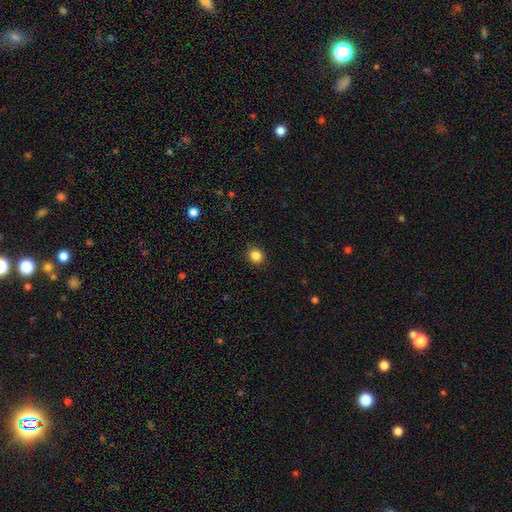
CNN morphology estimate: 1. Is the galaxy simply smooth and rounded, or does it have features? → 86% smooth, 11% star or artifact, 3% featured or disk.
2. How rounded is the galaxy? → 88% round, 11% in between, 1% cigar-shaped.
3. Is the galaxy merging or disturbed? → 90% none, 7% minor disturbance, 2% major disturbance, 1% merger.